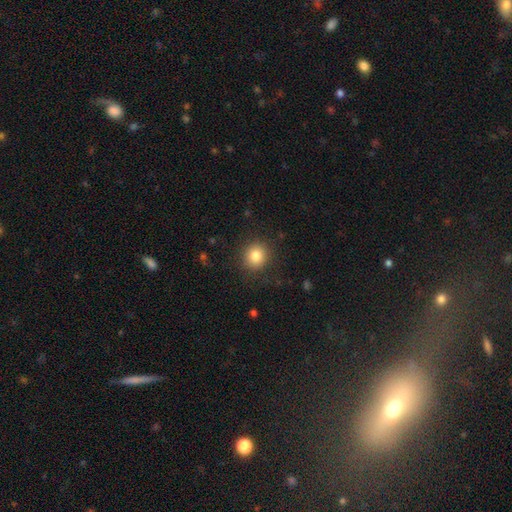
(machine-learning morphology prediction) Overall: smooth (83%). How rounded: round (89%). Merging: none (88%).